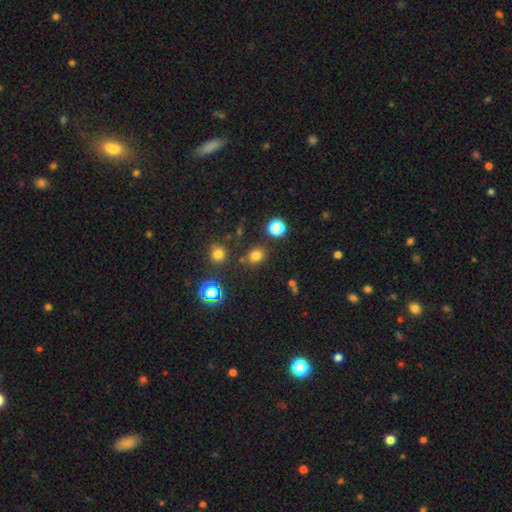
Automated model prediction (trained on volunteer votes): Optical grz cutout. It shows a smooth galaxy with no disk features (75%) that is round (62%). Merging: none (80%).